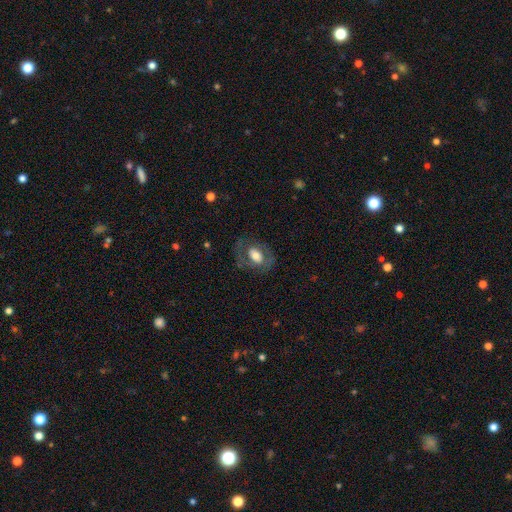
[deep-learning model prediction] smooth_or_featured: smooth (p=0.50) [alt: featured or disk p=0.42]
how_rounded: in between (p=0.79) [alt: round p=0.19]
merging: none (p=0.68) [alt: minor disturbance p=0.17]